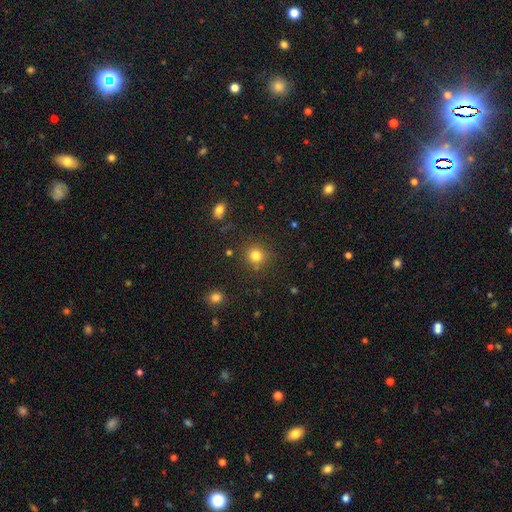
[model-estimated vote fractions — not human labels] smooth_or_featured: smooth (p=0.80) [alt: star or artifact p=0.14]
how_rounded: round (p=0.90) [alt: in between p=0.09]
merging: none (p=0.83) [alt: minor disturbance p=0.09]